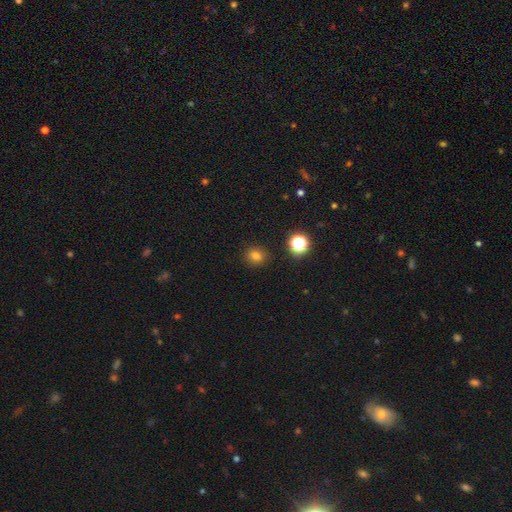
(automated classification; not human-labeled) The model was most divided on "smooth or featured": smooth: 76%, star or artifact: 17%, featured or disk: 6%. More confident: merging — none (89%); how rounded — round (83%).